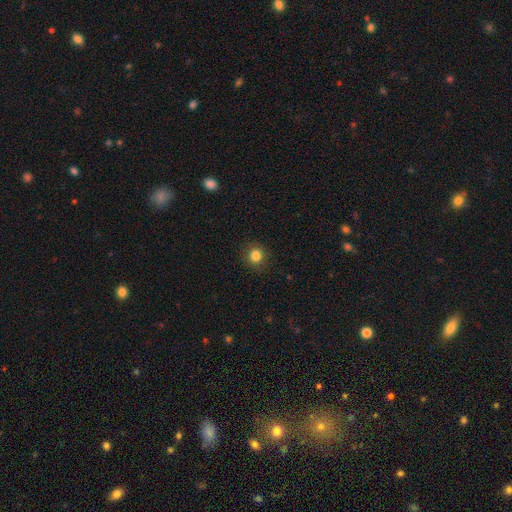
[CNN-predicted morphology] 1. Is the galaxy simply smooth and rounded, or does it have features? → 84% smooth, 11% star or artifact, 5% featured or disk.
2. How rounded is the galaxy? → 90% round, 10% in between, 1% cigar-shaped.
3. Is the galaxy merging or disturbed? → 90% none, 7% minor disturbance, 2% major disturbance, 1% merger.